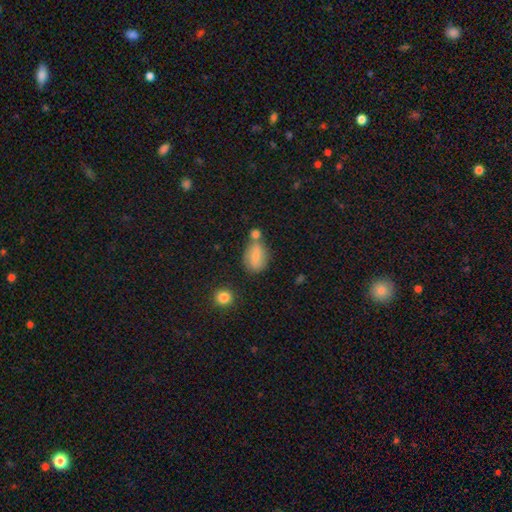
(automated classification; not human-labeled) A smooth galaxy with no disk features (73%) that is in between round and cigar-shaped (75%).

Vote fractions:
- Smooth or featured? smooth: 73% / featured or disk: 18% / star or artifact: 9%
- How rounded? in between: 75% / round: 23% / cigar-shaped: 3%
- Merging? none: 50% / merger: 26% / minor disturbance: 18% / major disturbance: 6%